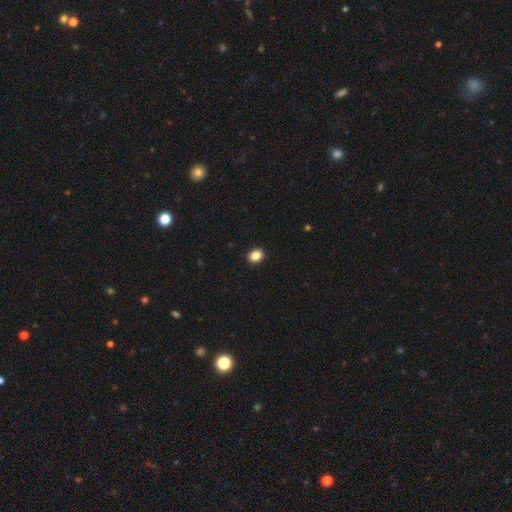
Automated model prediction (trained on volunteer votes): smooth-or-featured: smooth: 87% | star or artifact: 9% | featured or disk: 4%
  how-rounded: in between: 52% | round: 48% | cigar-shaped: 1%
  merging: none: 92% | minor disturbance: 5% | major disturbance: 2% | merger: 1%